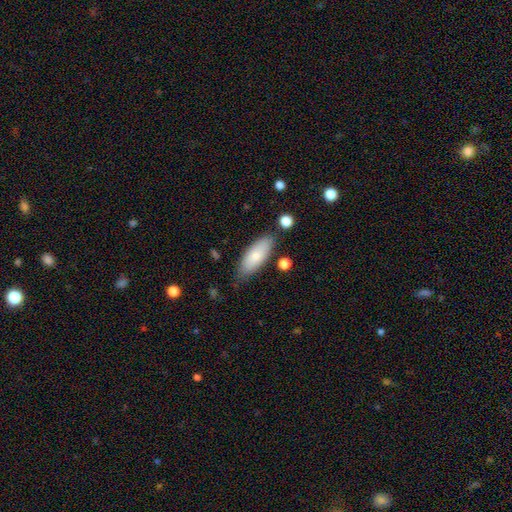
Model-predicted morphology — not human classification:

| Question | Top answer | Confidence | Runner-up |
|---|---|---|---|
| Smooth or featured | smooth | 80% | featured or disk (14%) |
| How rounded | in between | 76% | cigar-shaped (22%) |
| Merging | none | 77% | minor disturbance (16%) |